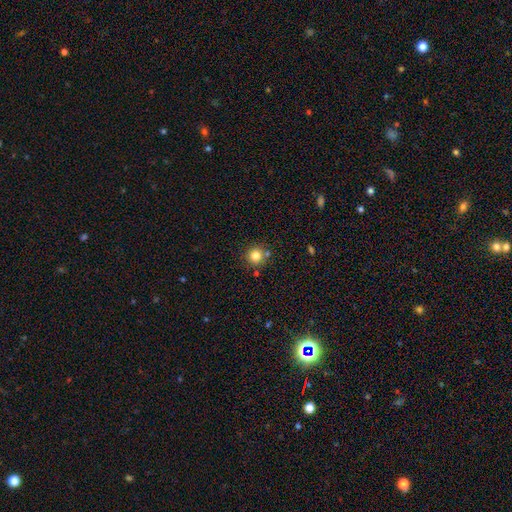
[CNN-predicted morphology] Smooth or featured?
  - smooth: 81% *
  - star or artifact: 12%
  - featured or disk: 7%
How rounded?
  - round: 92% *
  - in between: 7%
  - cigar-shaped: 1%
Merging?
  - none: 79% *
  - minor disturbance: 10%
  - merger: 8%
  - major disturbance: 3%